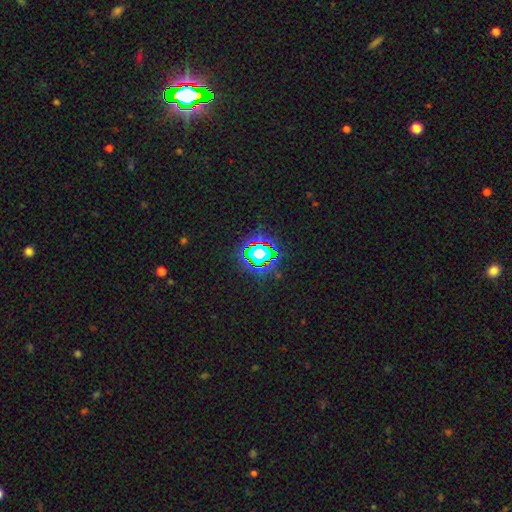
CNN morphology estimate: The model was most divided on "smooth or featured": star or artifact: 83%, smooth: 10%, featured or disk: 7%.